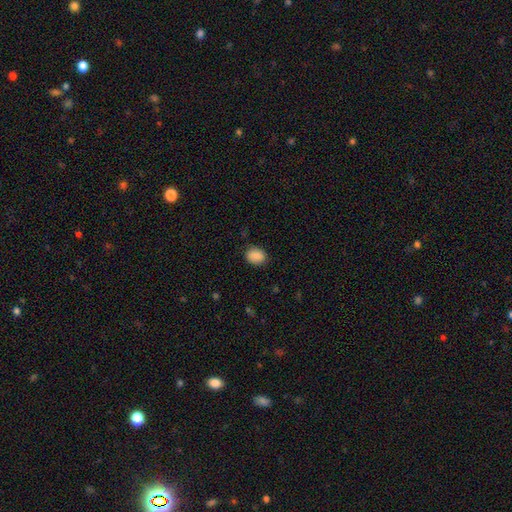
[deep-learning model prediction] A smooth galaxy with no disk features (89%) that is in between round and cigar-shaped (56%).

Vote fractions:
- Smooth or featured? smooth: 89% / star or artifact: 8% / featured or disk: 3%
- How rounded? in between: 56% / round: 43% / cigar-shaped: 1%
- Merging? none: 84% / minor disturbance: 12% / major disturbance: 3% / merger: 1%